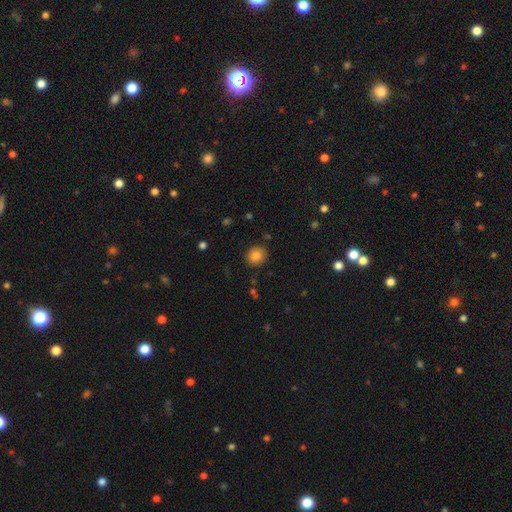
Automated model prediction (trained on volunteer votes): Smooth or featured? Predicted: smooth (p=0.83). How rounded? Predicted: round (p=0.80). Merging? Predicted: none (p=0.89).